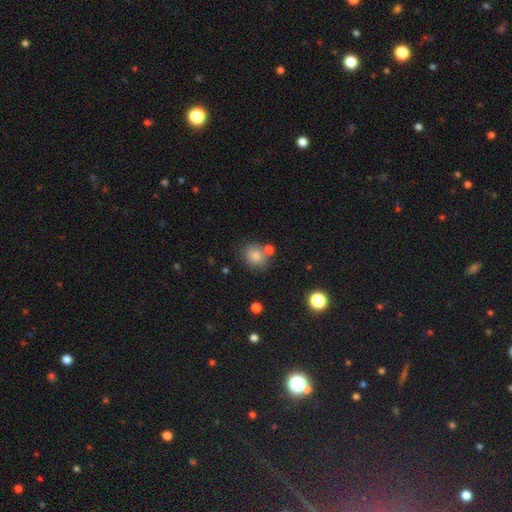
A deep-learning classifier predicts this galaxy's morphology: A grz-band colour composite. It shows a smooth galaxy with no disk features (82%) that is round (65%). Merging: none (68%).